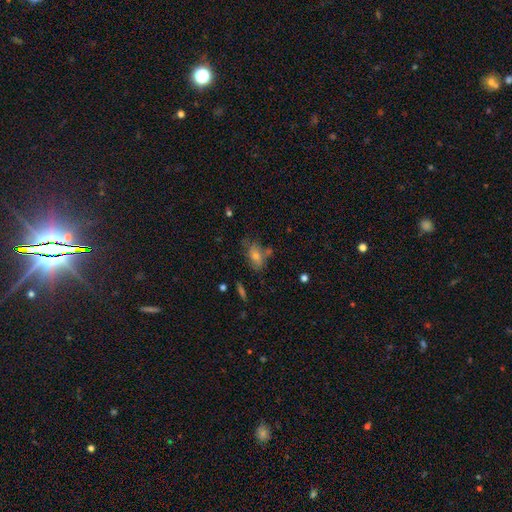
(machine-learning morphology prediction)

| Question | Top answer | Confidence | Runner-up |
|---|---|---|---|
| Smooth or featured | smooth | 52% | featured or disk (30%) |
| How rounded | in between | 80% | round (13%) |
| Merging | none | 59% | minor disturbance (22%) |